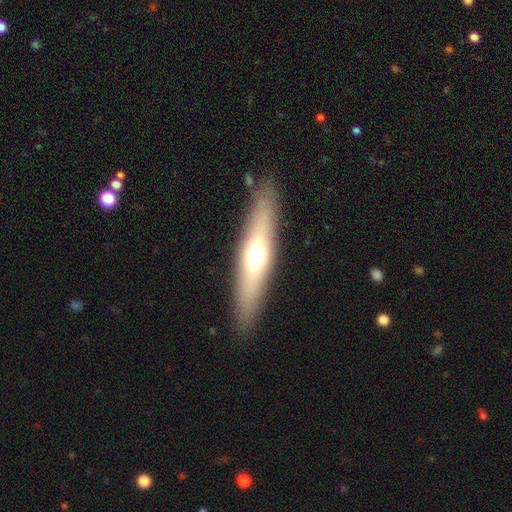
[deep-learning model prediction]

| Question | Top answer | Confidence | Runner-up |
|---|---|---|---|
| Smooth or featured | smooth | 50% | featured or disk (43%) |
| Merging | none | 88% | minor disturbance (8%) |